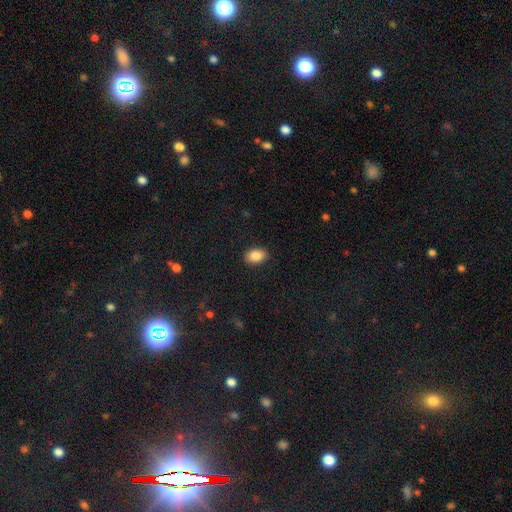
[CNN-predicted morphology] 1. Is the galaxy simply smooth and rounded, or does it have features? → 87% smooth, 8% star or artifact, 5% featured or disk.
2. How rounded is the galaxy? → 84% in between, 15% round, 1% cigar-shaped.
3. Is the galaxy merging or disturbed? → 89% none, 8% minor disturbance, 2% major disturbance, 1% merger.